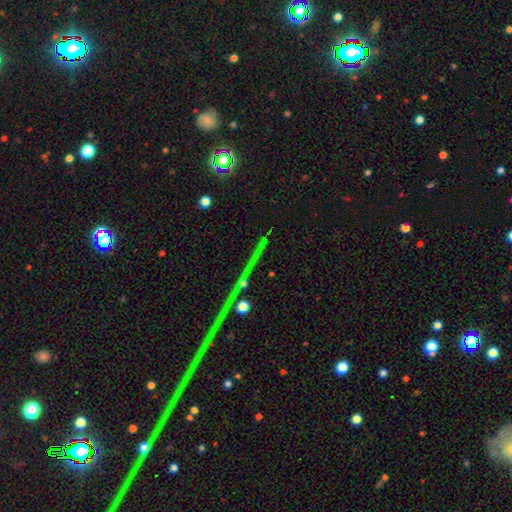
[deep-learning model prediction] Smooth or featured?
  - star or artifact: 79% *
  - featured or disk: 11%
  - smooth: 10%